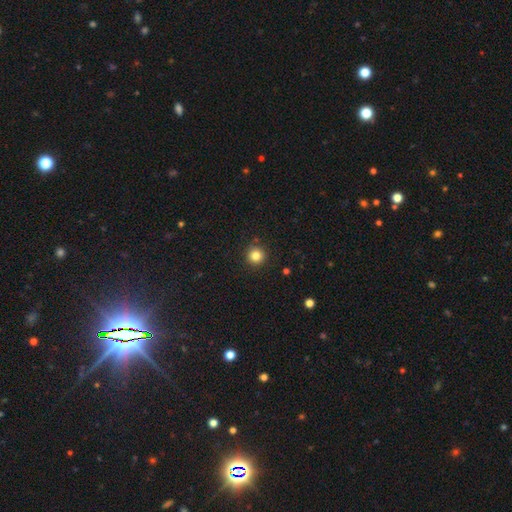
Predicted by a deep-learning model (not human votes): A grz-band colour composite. It shows a smooth galaxy with no disk features (83%) that is round (95%). Merging: none (90%).